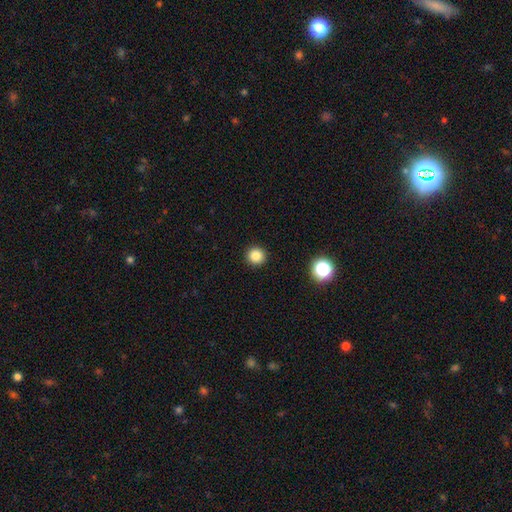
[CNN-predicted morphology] type=smooth (84%); roundness=round (94%); merging=none (93%).